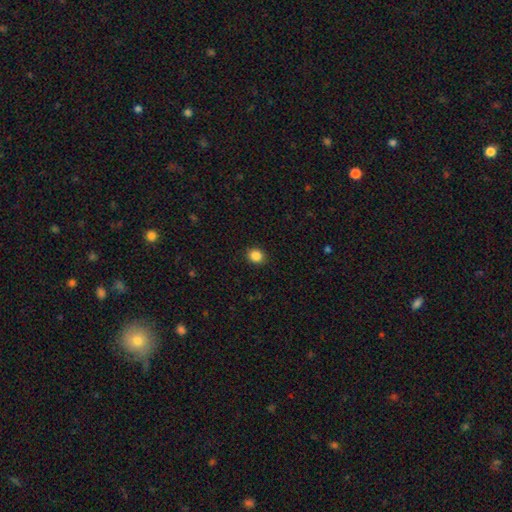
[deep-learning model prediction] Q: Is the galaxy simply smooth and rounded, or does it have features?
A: smooth — 86%.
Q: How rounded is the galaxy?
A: round — 74%.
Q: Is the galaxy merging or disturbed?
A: none — 91%.